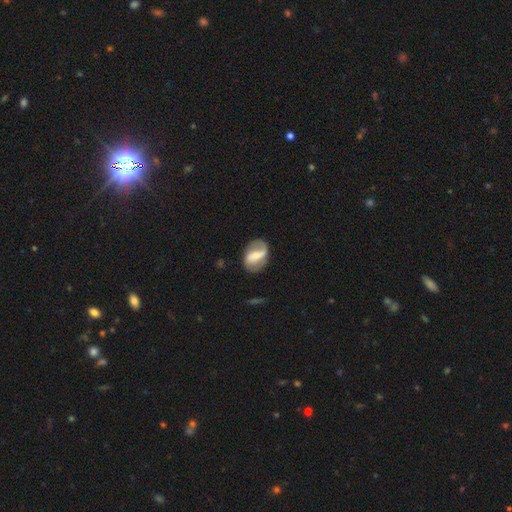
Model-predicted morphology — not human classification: Smooth or featured?
  - featured or disk: 70% *
  - smooth: 24%
  - star or artifact: 6%
Edge-on disk?
  - no: 96% *
  - yes: 4%
Bar?
  - strong: 48% *
  - weak: 36%
  - no: 16%
Spiral arms?
  - yes: 79% *
  - no: 21%
Spiral winding?
  - loose: 48% *
  - medium: 35%
  - tight: 17%
Spiral arm count?
  - 2: 80% *
  - 1: 10%
  - can't tell: 8%
  - 3: 1%
  - 4: 1%
  - more than 4: 1%
Bulge size?
  - moderate: 42% * (tied)
  - small: 42% * (tied)
  - none: 7%
  - large: 7%
  - dominant: 2%
Merging?
  - none: 71% *
  - minor disturbance: 19%
  - major disturbance: 8%
  - merger: 2%